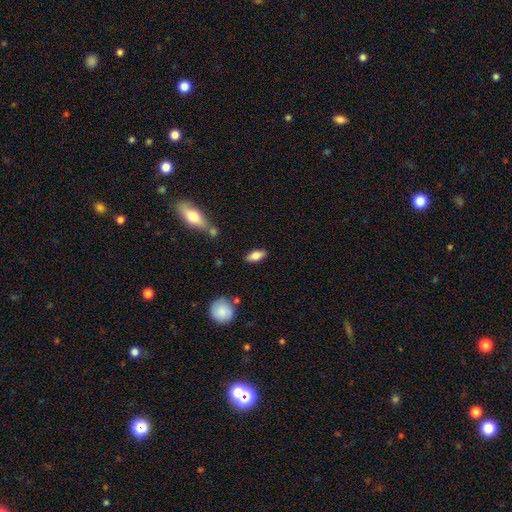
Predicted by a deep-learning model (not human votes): Q: Smooth or featured?
A: smooth (75%); runner-up: featured or disk (17%)
Q: How rounded?
A: in between (83%); runner-up: cigar-shaped (13%)
Q: Merging?
A: none (82%); runner-up: minor disturbance (11%)